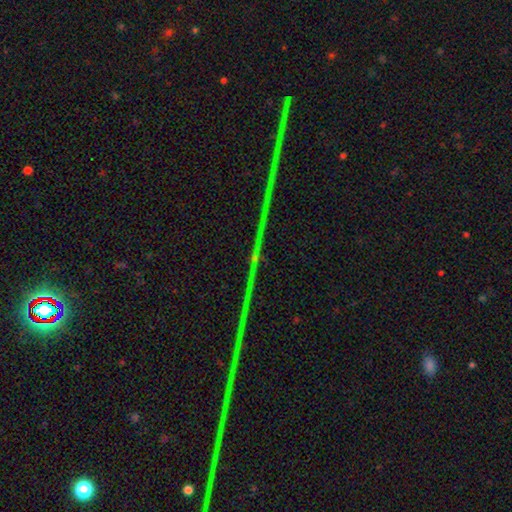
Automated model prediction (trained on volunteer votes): Morphology: type=star or artifact (86%).